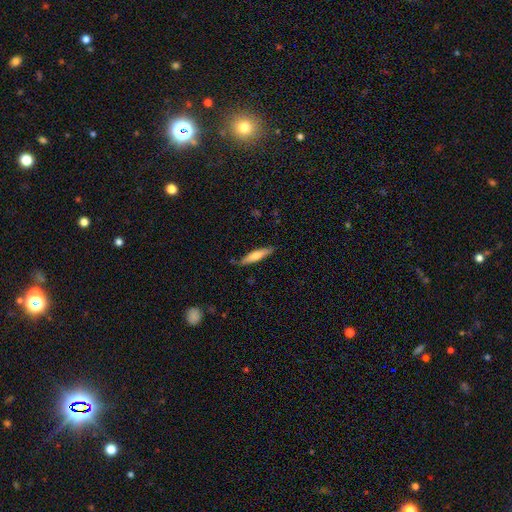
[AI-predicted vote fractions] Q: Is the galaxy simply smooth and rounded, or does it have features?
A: smooth — 63%.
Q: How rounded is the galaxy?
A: cigar-shaped — 81%.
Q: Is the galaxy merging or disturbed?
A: none — 79%.